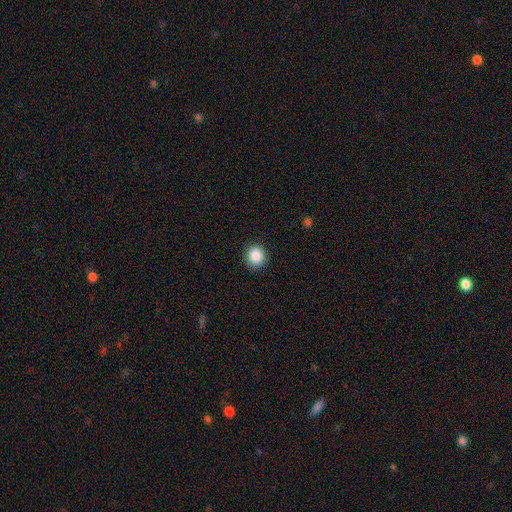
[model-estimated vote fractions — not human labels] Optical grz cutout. It shows a smooth galaxy with no disk features (88%) that is round (86%). Merging: none (91%).